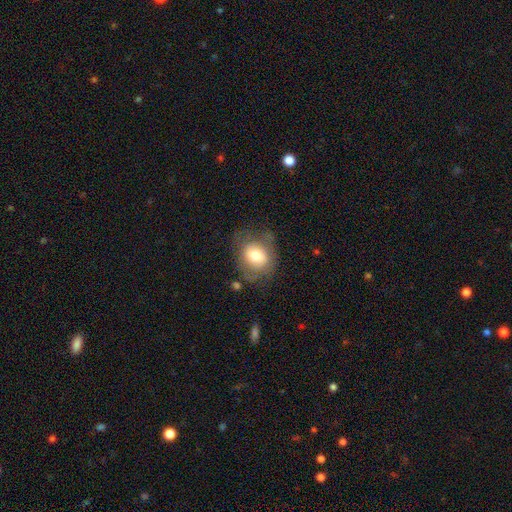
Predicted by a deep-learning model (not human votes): Smooth or featured?
  - smooth: 68% *
  - featured or disk: 23%
  - star or artifact: 8%
How rounded?
  - round: 54% *
  - in between: 45%
  - cigar-shaped: 1%
Merging?
  - none: 60% *
  - minor disturbance: 23%
  - major disturbance: 14%
  - merger: 3%